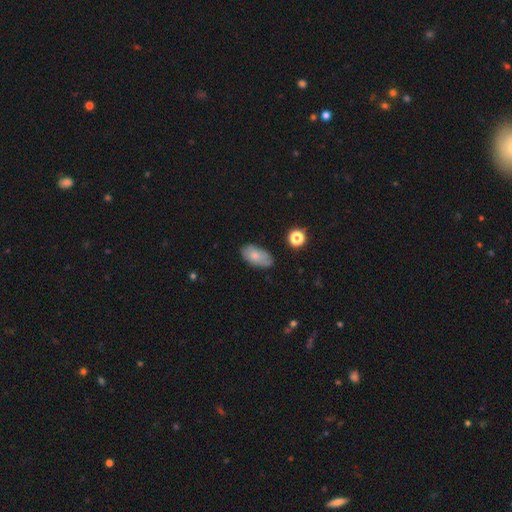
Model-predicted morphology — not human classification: This is likely a smooth galaxy (72%). How rounded: clearly in between (93%). Merging: likely none (69%).